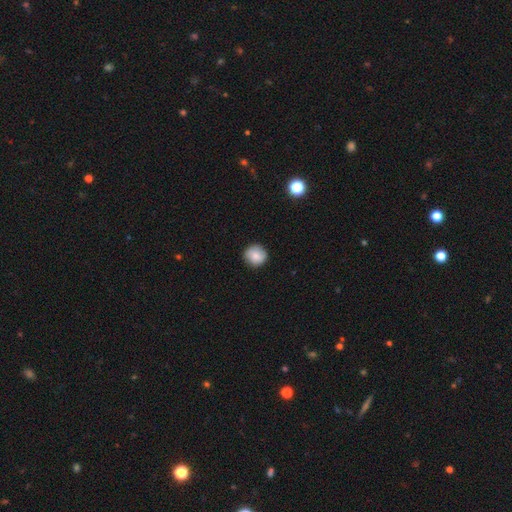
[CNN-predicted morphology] The model was most divided on "smooth or featured": smooth: 82%, featured or disk: 10%, star or artifact: 8%. More confident: how rounded — round (93%); merging — none (88%).